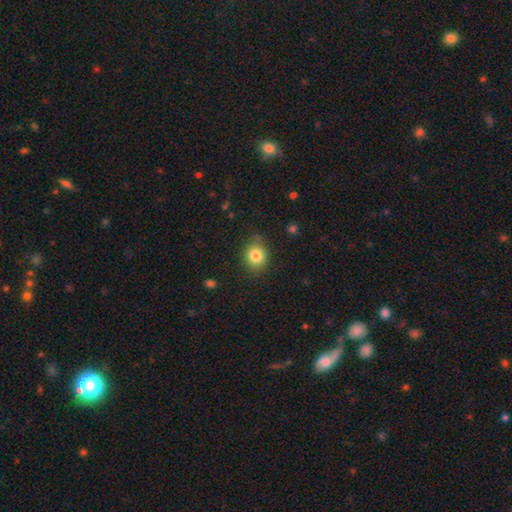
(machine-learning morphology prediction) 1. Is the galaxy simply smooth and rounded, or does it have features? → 82% smooth, 10% star or artifact, 7% featured or disk.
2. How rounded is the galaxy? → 70% round, 30% in between, 1% cigar-shaped.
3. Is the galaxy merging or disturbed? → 79% none, 16% minor disturbance, 4% major disturbance, 1% merger.